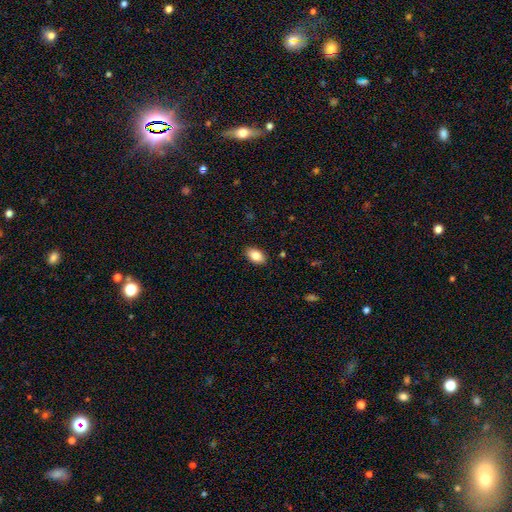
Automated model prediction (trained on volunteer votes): A smooth galaxy with no disk features (84%) that is in between round and cigar-shaped (91%). Merging: none (88%).